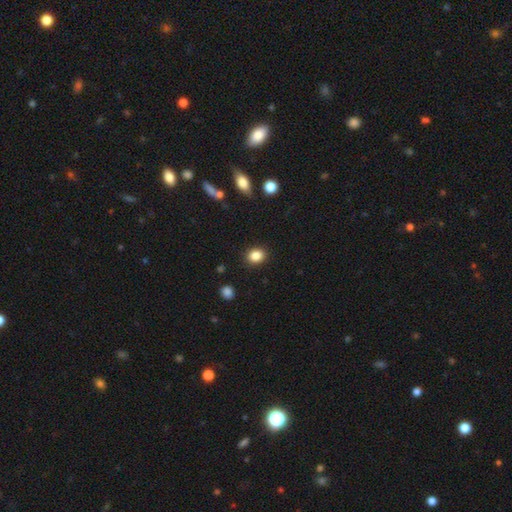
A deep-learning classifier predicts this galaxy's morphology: This is clearly a smooth galaxy (86%). How rounded: possibly round (53%). Merging: clearly none (89%).